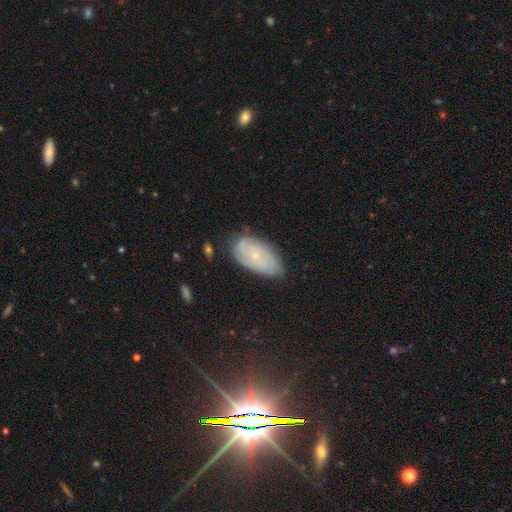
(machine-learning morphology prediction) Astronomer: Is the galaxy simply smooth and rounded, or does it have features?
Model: featured or disk — 54% (runner-up: smooth, 37%).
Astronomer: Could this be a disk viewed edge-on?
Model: no — 93%.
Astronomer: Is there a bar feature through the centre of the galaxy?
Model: no — 80%.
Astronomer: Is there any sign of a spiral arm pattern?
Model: yes — 76%.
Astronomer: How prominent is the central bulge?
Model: small — 81%.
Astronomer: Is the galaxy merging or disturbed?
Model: none — 71%.